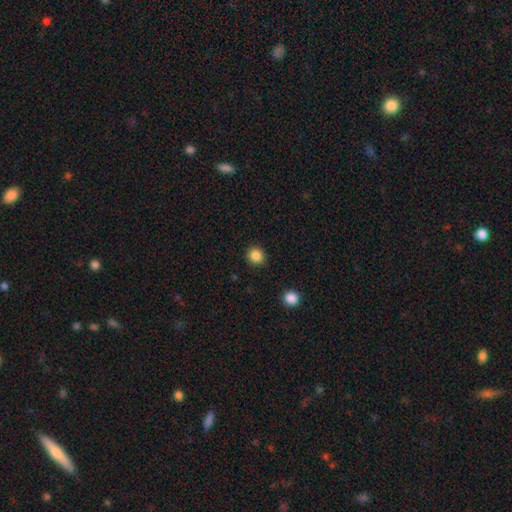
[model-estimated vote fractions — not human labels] The model was most divided on "smooth or featured": smooth: 85%, star or artifact: 11%, featured or disk: 4%. More confident: how rounded — round (92%); merging — none (92%).